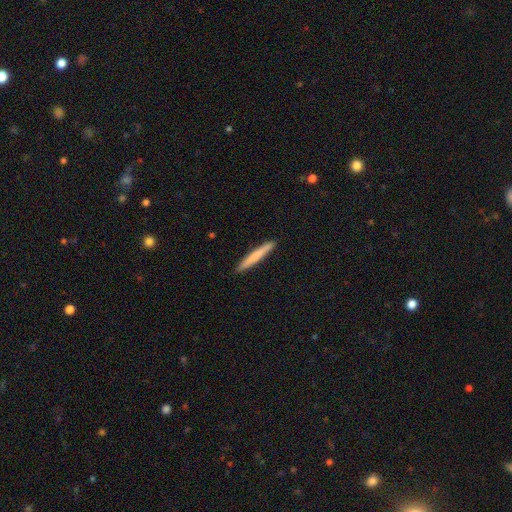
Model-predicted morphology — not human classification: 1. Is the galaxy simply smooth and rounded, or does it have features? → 72% smooth, 22% featured or disk, 5% star or artifact.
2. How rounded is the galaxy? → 96% cigar-shaped, 3% in between, 1% round.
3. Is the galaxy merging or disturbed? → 92% none, 6% minor disturbance, 1% major disturbance, 1% merger.